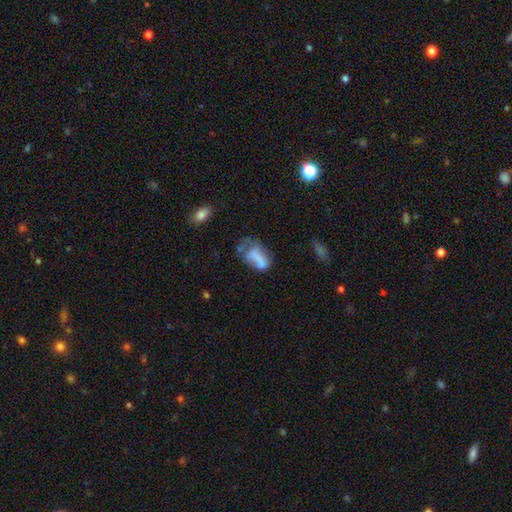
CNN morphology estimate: Smooth or featured: smooth — 58% (featured or disk — 30%)
How rounded: in between — 84% (round — 11%)
Merging: major disturbance — 38% (minor disturbance — 22%)